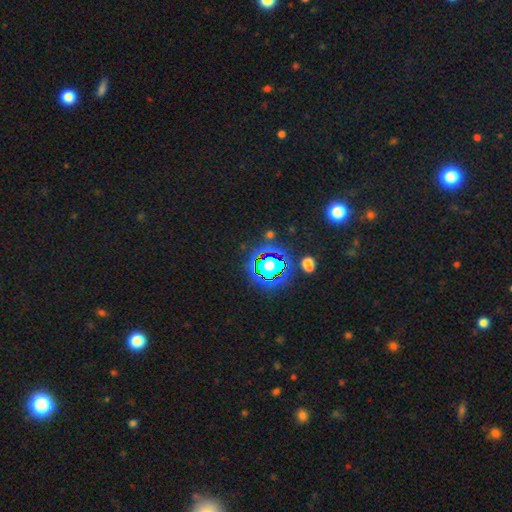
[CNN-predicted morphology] Q: Smooth or featured?
A: star or artifact (80%); runner-up: smooth (13%)